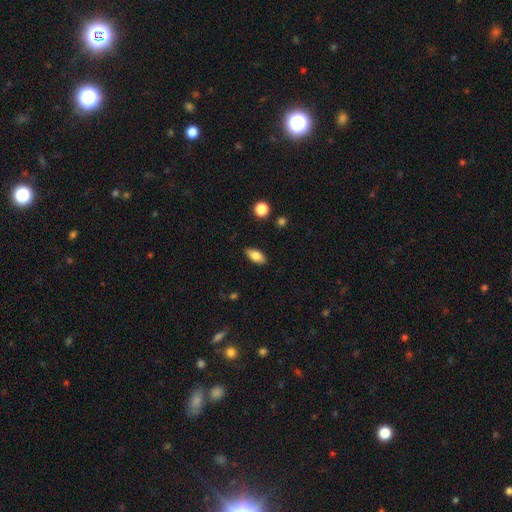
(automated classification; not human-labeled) The model was most divided on "smooth or featured": smooth: 80%, featured or disk: 13%, star or artifact: 7%. More confident: how rounded — in between (87%); merging — none (86%).